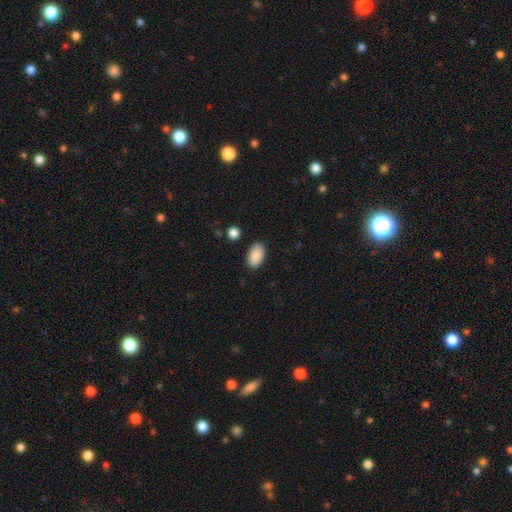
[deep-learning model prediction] smooth-or-featured: smooth: 90% | star or artifact: 6% | featured or disk: 4%
  how-rounded: in between: 95% | round: 4% | cigar-shaped: 2%
  merging: none: 85% | minor disturbance: 10% | major disturbance: 2% | merger: 2%